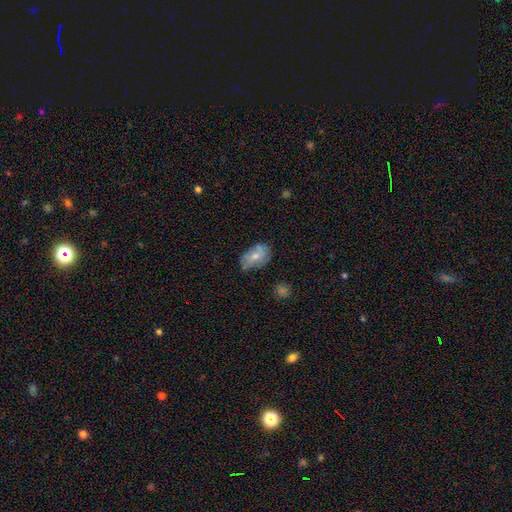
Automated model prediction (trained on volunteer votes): Smooth or featured? smooth (64%)
How rounded? in between (89%)
Merging? none (60%)